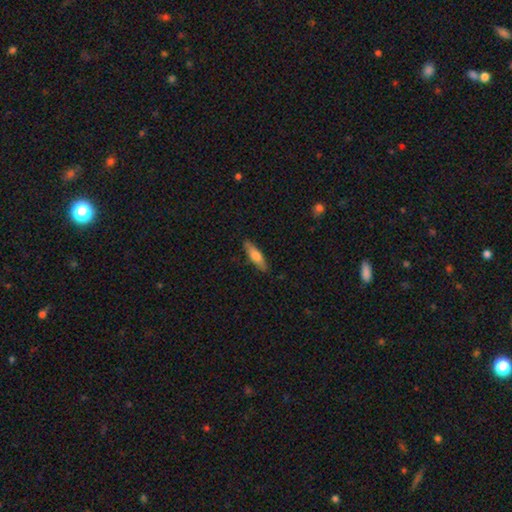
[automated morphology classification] smooth 66%, featured or disk 29%, star or artifact 6%. Down the decision tree: how rounded — cigar-shaped (69%); merging — none (87%).